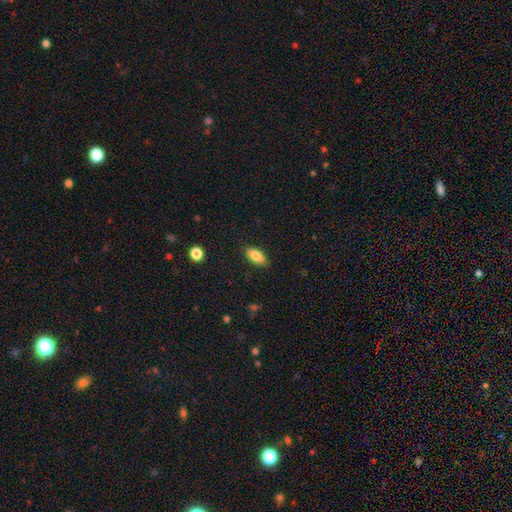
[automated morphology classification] This appears to be a smooth galaxy with no disk features (82%) that is in between round and cigar-shaped (84%). Merging: none (86%).